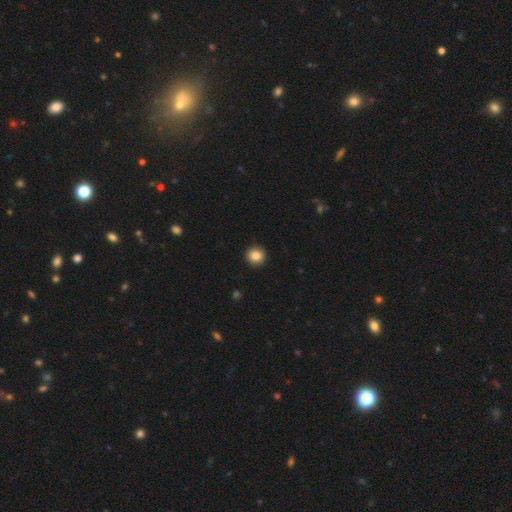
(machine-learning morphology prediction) The model was most divided on "smooth or featured": smooth: 85%, star or artifact: 9%, featured or disk: 6%. More confident: how rounded — round (94%); merging — none (93%).